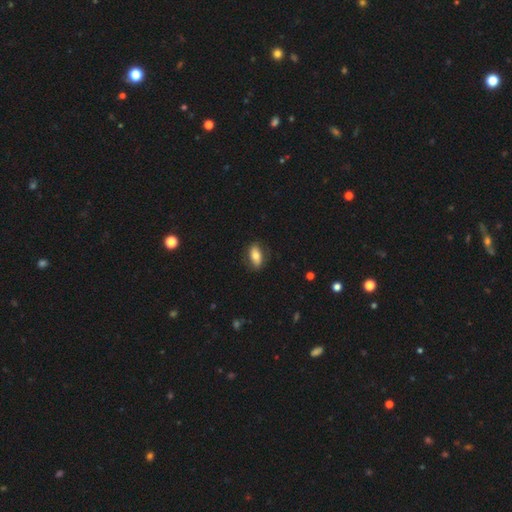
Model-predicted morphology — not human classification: smooth 71%, featured or disk 23%, star or artifact 7%. Down the decision tree: how rounded — in between (86%); merging — none (79%).